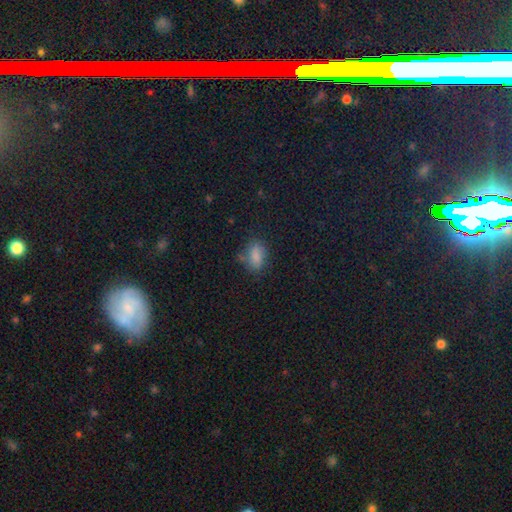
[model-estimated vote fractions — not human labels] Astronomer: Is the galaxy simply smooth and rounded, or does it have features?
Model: smooth — 80%.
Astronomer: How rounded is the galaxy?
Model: in between — 85%.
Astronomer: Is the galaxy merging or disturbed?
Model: none — 65%.